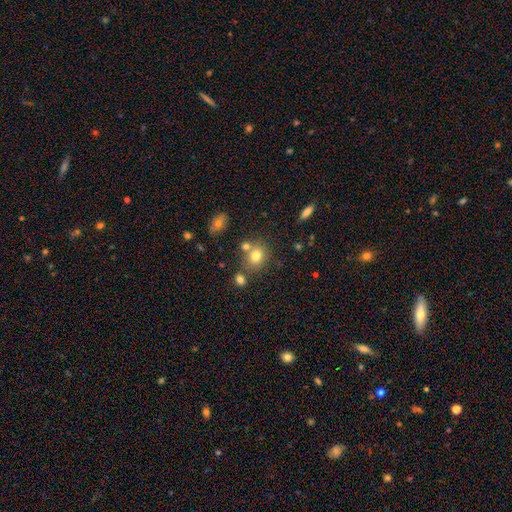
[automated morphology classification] Smooth or featured? smooth (75%)
How rounded? round (65%)
Merging? none (63%)